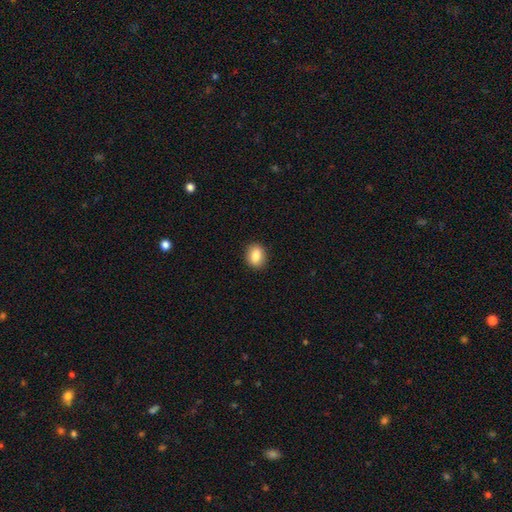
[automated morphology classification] This appears to be a smooth galaxy with no disk features (85%) that is in between round and cigar-shaped (51%). Merging: none (90%).